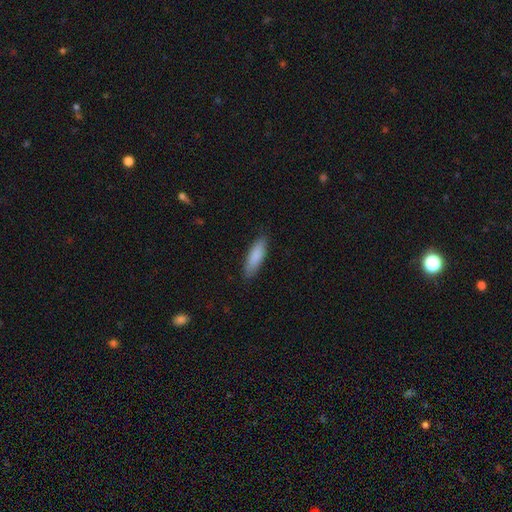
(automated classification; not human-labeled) Smooth or featured: smooth — 86% (featured or disk — 8%)
How rounded: cigar-shaped — 56% (in between — 42%)
Merging: none — 86% (minor disturbance — 11%)